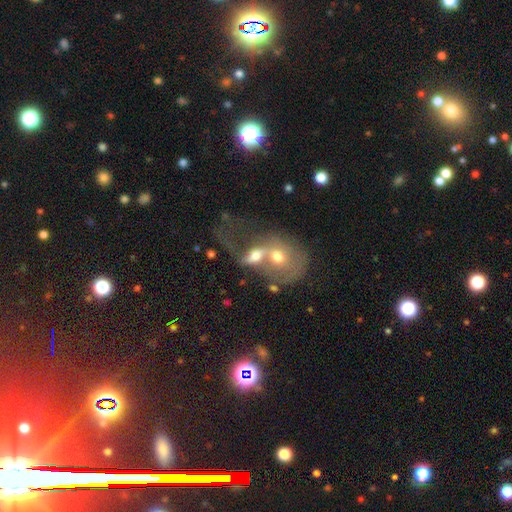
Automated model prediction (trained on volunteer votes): Smooth or featured? smooth (45%, tied with featured or disk)
Merging? merger (76%)